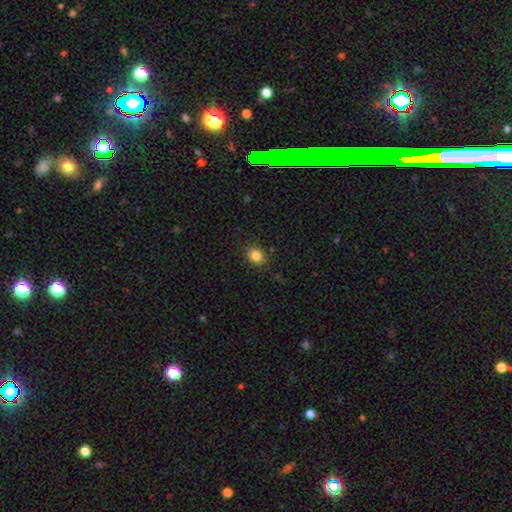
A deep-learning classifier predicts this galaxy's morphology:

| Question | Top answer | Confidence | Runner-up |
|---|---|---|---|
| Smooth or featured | smooth | 84% | star or artifact (11%) |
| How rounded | round | 60% | in between (40%) |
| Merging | none | 86% | minor disturbance (10%) |